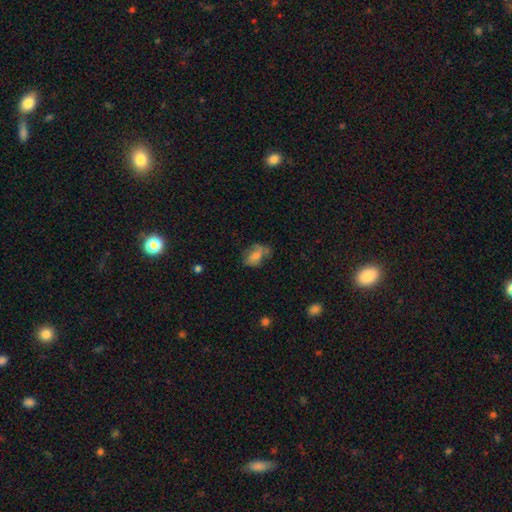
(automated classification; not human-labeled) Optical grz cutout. It shows a smooth galaxy with no disk features (53%) that is in between round and cigar-shaped (78%). Merging: none (44%).